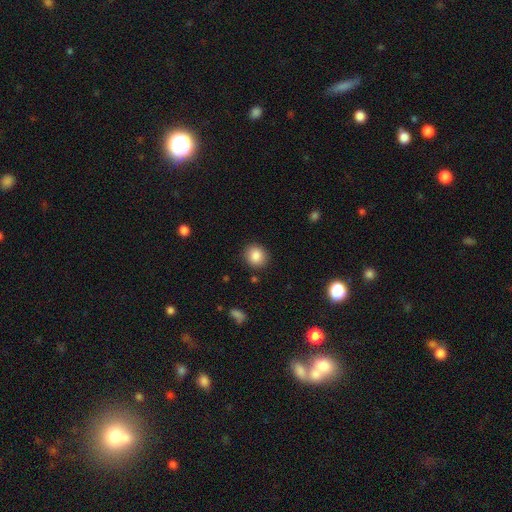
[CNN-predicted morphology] Smooth or featured: smooth — 86% (star or artifact — 9%)
How rounded: round — 80% (in between — 19%)
Merging: none — 88% (minor disturbance — 8%)